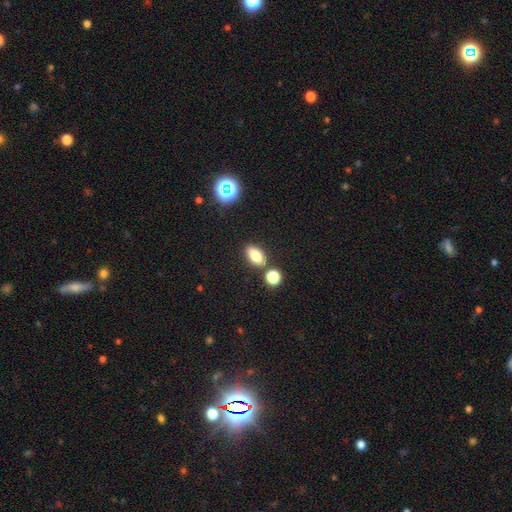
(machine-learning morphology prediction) Smooth or featured? smooth (77%)
How rounded? in between (83%)
Merging? none (78%)